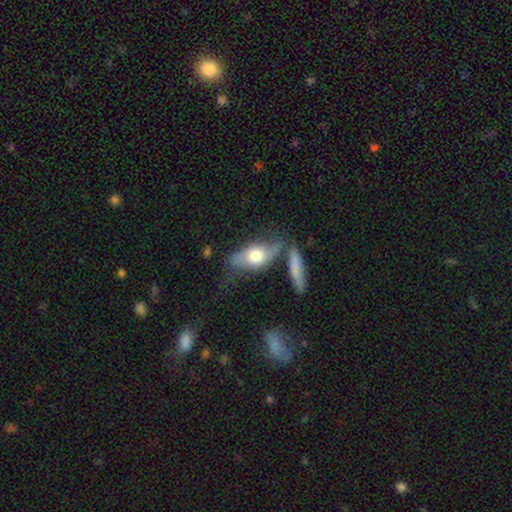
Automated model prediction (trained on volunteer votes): Morphology: type=smooth (54%); roundness=in between (73%); merging=none (51%).